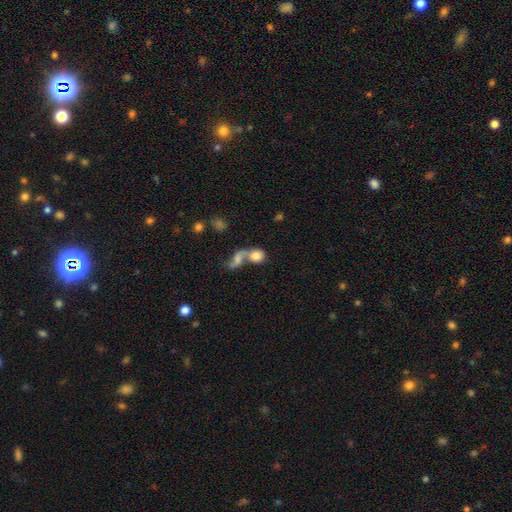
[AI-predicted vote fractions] A smooth galaxy with no disk features (69%) that is round (61%). Merging: merger (65%).